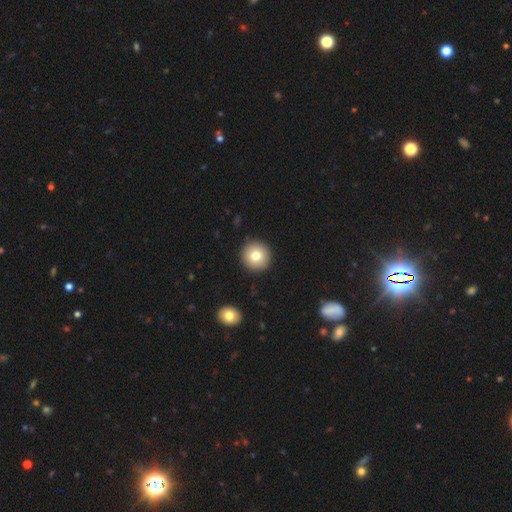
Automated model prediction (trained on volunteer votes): A smooth galaxy with no disk features (77%) that is round (95%). Merging: none (92%).